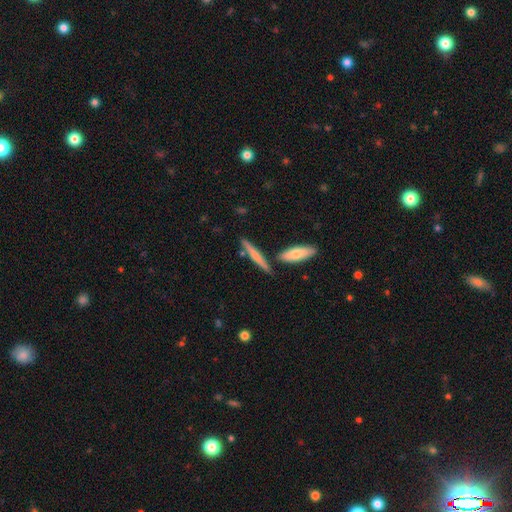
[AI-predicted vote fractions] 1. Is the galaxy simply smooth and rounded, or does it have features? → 55% smooth, 38% featured or disk, 6% star or artifact.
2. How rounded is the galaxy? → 90% cigar-shaped, 8% in between, 2% round.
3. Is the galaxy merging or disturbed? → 76% none, 12% merger, 10% minor disturbance, 2% major disturbance.